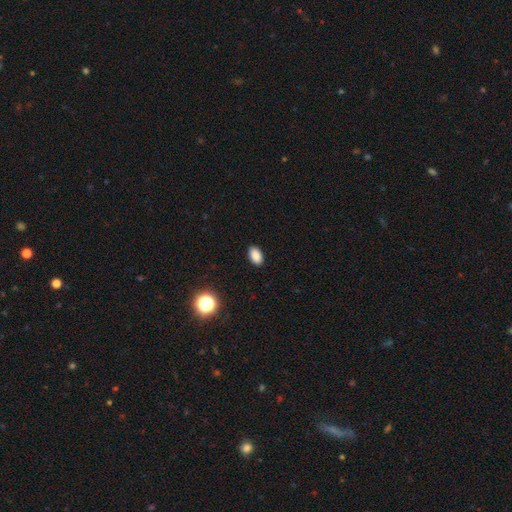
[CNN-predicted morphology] The model was most divided on "smooth or featured": smooth: 87%, star or artifact: 10%, featured or disk: 3%. More confident: how rounded — in between (90%); merging — none (90%).